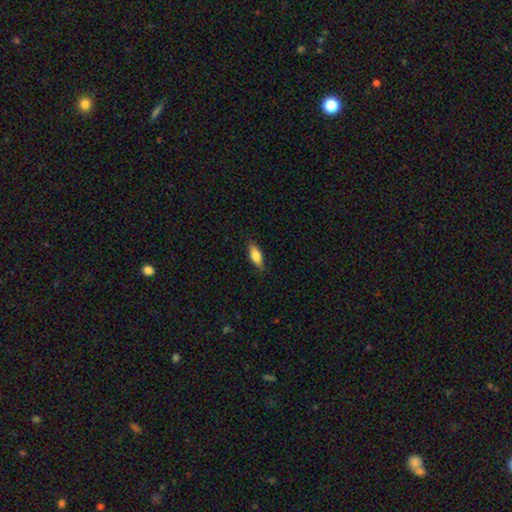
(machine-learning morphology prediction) smooth-or-featured: smooth: 79% | featured or disk: 14% | star or artifact: 6%
  how-rounded: in between: 79% | cigar-shaped: 19% | round: 3%
  merging: none: 84% | minor disturbance: 12% | major disturbance: 2% | merger: 1%